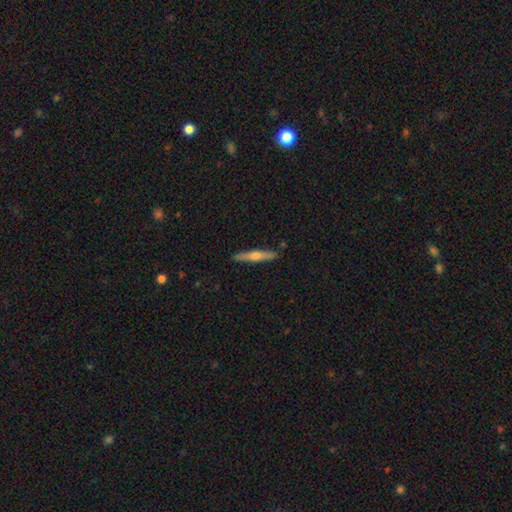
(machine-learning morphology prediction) Smooth or featured?
  - featured or disk: 55% *
  - smooth: 39%
  - star or artifact: 6%
Edge-on disk?
  - yes: 96% *
  - no: 4%
Edge-on bulge?
  - rounded: 85% *
  - none: 11%
  - boxy: 4%
Merging?
  - none: 90% *
  - minor disturbance: 7%
  - major disturbance: 1%
  - merger: 1%